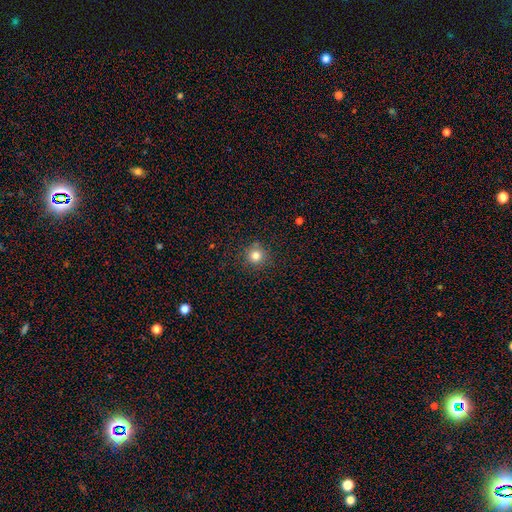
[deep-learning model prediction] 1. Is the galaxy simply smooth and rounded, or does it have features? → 81% smooth, 13% star or artifact, 6% featured or disk.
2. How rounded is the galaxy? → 94% round, 5% in between, 1% cigar-shaped.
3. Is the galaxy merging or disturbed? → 88% none, 8% minor disturbance, 2% major disturbance, 2% merger.